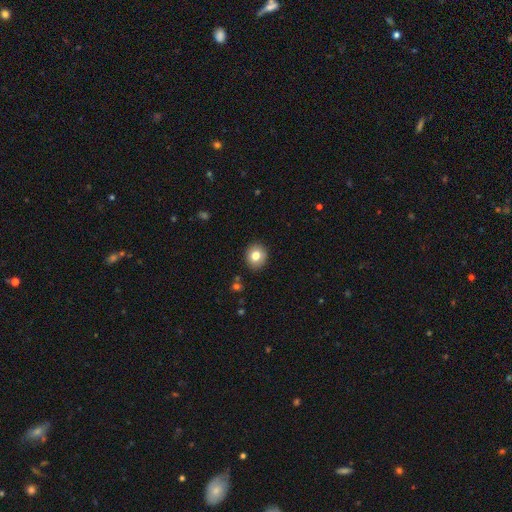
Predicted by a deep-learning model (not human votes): Smooth or featured? Predicted: smooth (p=0.80). How rounded? Predicted: round (p=0.78). Merging? Predicted: none (p=0.89).